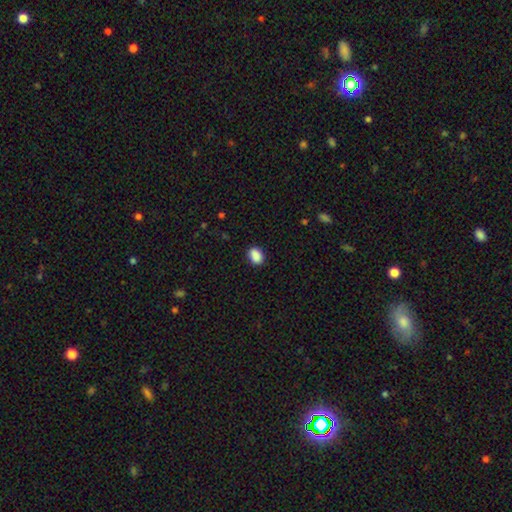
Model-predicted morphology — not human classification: The model was most divided on "how rounded": in between: 74%, round: 25%, cigar-shaped: 1%. More confident: smooth or featured — smooth (89%); merging — none (88%).